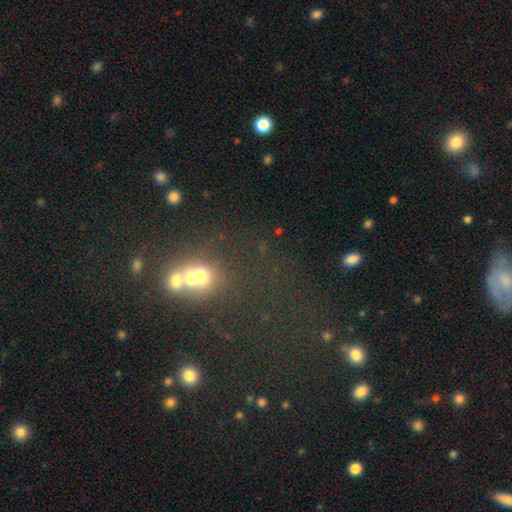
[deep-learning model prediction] A smooth galaxy with no disk features (45%).

Vote fractions:
- Smooth or featured? smooth: 45% / star or artifact: 38% / featured or disk: 17%
- Merging? none: 40% / merger: 33% / major disturbance: 15% / minor disturbance: 12%